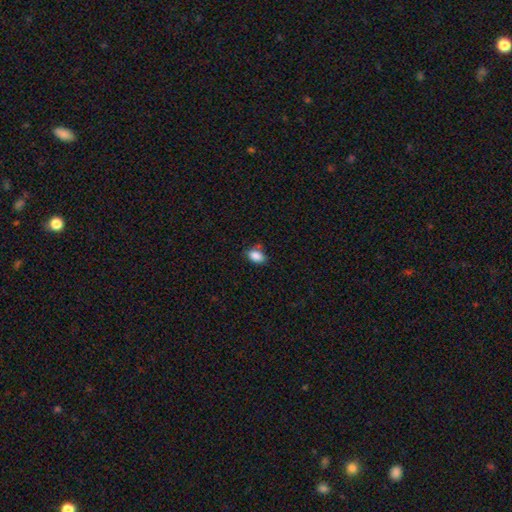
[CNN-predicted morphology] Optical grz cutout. It shows a smooth galaxy with no disk features (87%) that is in between round and cigar-shaped (82%). Merging: none (69%).